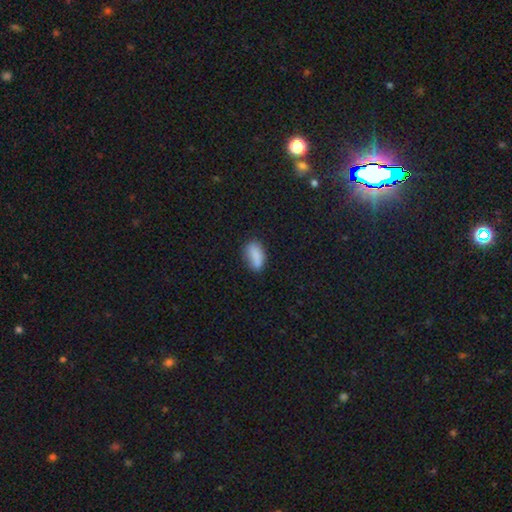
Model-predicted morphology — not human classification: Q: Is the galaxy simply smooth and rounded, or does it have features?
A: smooth — 83%.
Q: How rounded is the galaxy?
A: in between — 86%.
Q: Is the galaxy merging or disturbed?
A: none — 66%.